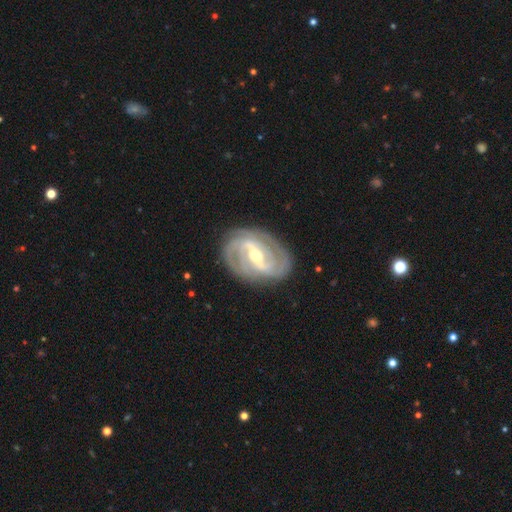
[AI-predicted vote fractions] Overall: featured or disk (91%). Edge-on disk: no (96%). Bar: strong (61%; weak 31%). Spiral arms: yes (97%). Spiral arm count: 2 (44%; 3 26%). Spiral winding: tight (59%; medium 34%). Bulge size: moderate (56%; small 40%). Merging: none (83%).